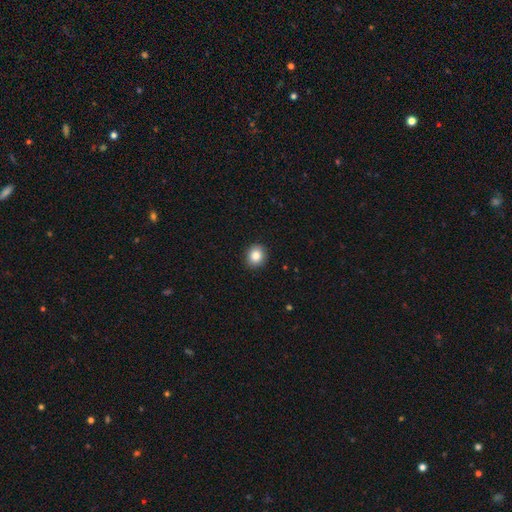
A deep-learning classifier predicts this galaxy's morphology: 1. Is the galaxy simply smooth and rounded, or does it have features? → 85% smooth, 9% star or artifact, 5% featured or disk.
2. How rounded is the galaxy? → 74% round, 25% in between, 1% cigar-shaped.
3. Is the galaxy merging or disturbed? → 91% none, 6% minor disturbance, 2% major disturbance, 1% merger.